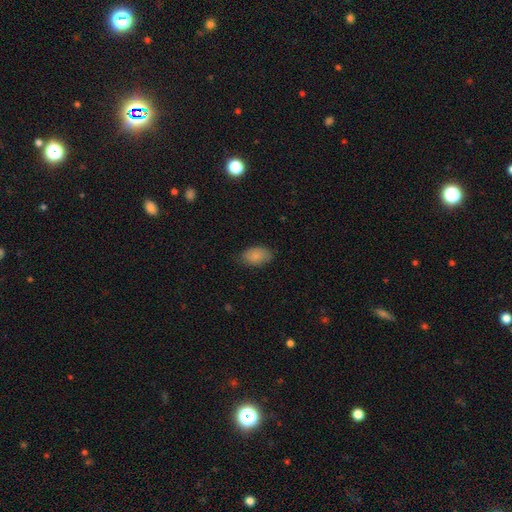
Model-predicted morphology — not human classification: Smooth or featured? Predicted: smooth (p=0.87). How rounded? Predicted: in between (p=0.91). Merging? Predicted: none (p=0.80).